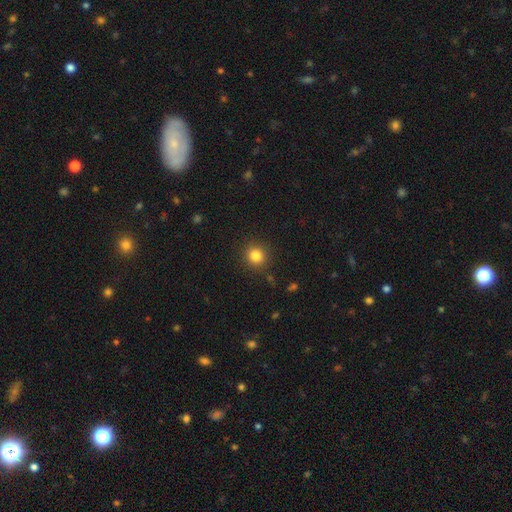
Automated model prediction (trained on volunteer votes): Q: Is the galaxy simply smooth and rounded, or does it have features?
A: smooth — 84%.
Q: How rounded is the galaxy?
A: round — 90%.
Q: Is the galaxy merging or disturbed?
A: none — 89%.